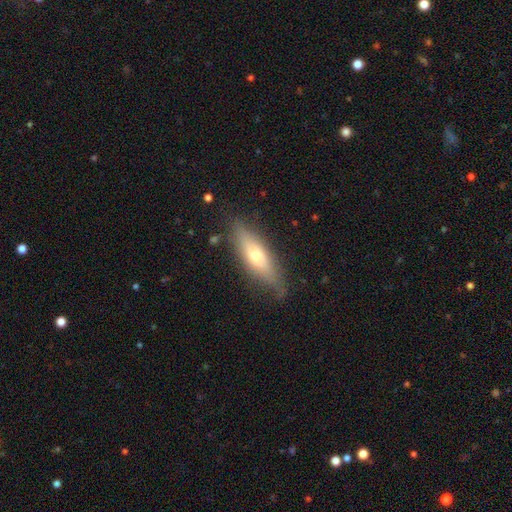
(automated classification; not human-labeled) Morphology: type=smooth (51%); roundness=cigar-shaped (59%); merging=none (76%).